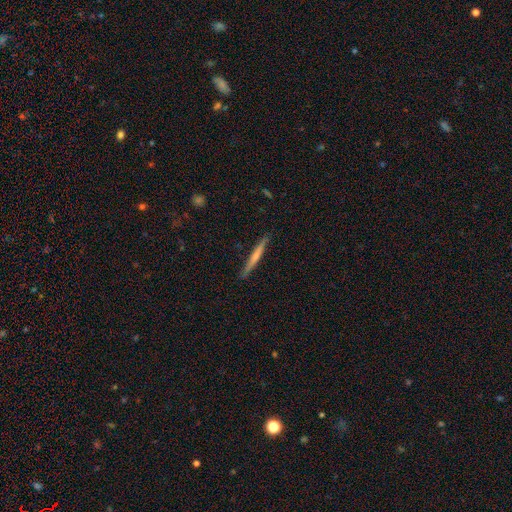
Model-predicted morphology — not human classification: A smooth galaxy with no disk features (49%).

Vote fractions:
- Smooth or featured? smooth: 49% / featured or disk: 45% / star or artifact: 5%
- Merging? none: 89% / minor disturbance: 9% / major disturbance: 2% / merger: 1%